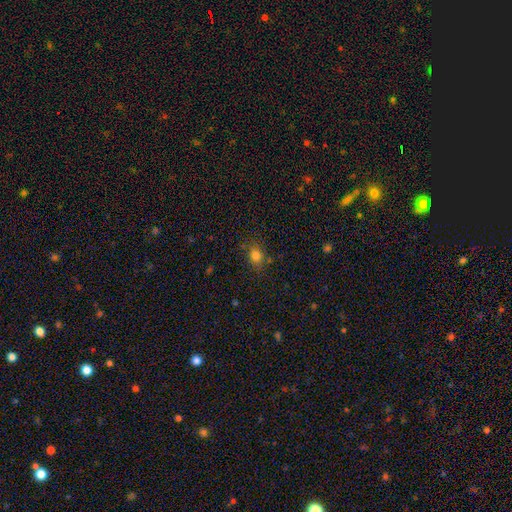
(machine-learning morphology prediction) This appears to be a smooth galaxy with no disk features (78%) that is round (59%). Merging: none (77%).